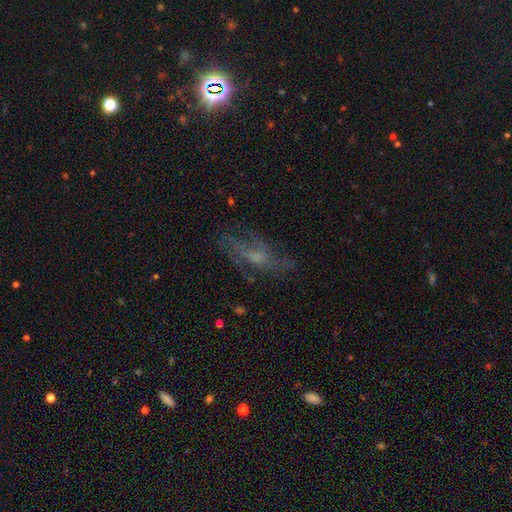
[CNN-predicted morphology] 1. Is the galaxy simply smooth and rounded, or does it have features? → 57% featured or disk, 28% smooth, 15% star or artifact.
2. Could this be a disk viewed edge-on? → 86% no, 14% yes.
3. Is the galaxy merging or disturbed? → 57% none, 21% minor disturbance, 20% major disturbance, 2% merger.